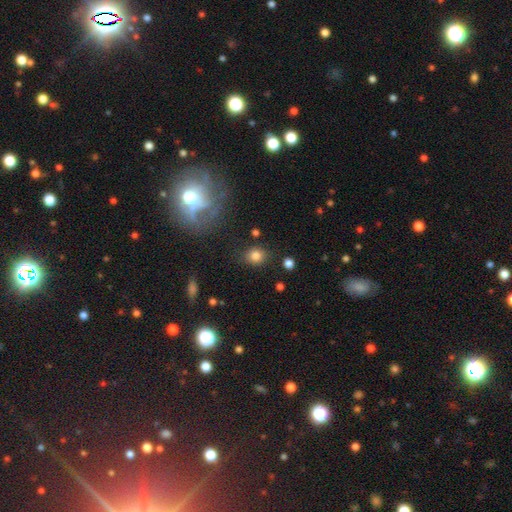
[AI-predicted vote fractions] The model was most divided on "how rounded": round: 72%, in between: 27%, cigar-shaped: 1%. More confident: merging — none (81%); smooth or featured — smooth (80%).